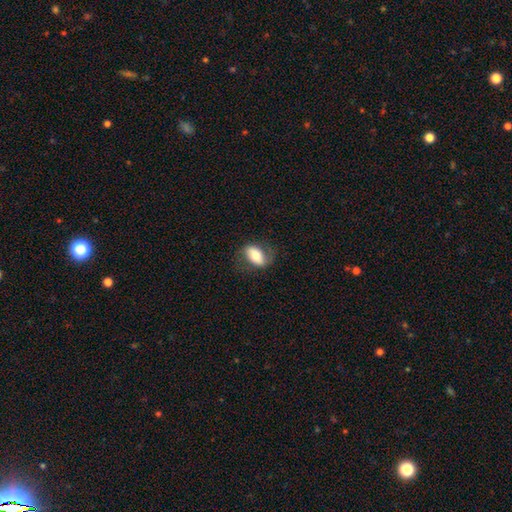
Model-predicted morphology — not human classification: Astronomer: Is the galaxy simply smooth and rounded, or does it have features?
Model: smooth — 58% (runner-up: featured or disk, 35%).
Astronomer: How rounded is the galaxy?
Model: in between — 87%.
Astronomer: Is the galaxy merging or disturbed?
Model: none — 69%.